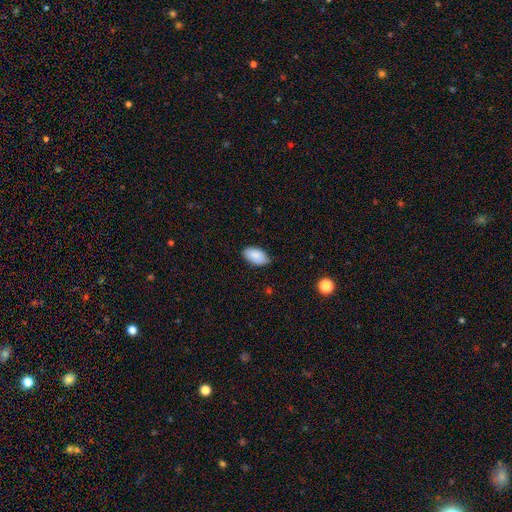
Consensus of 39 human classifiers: Smooth or featured: smooth — 87% (star or artifact — 10%)
How rounded: in between — 97% (round — 3%)
Merging: none — 80% (minor disturbance — 17%)